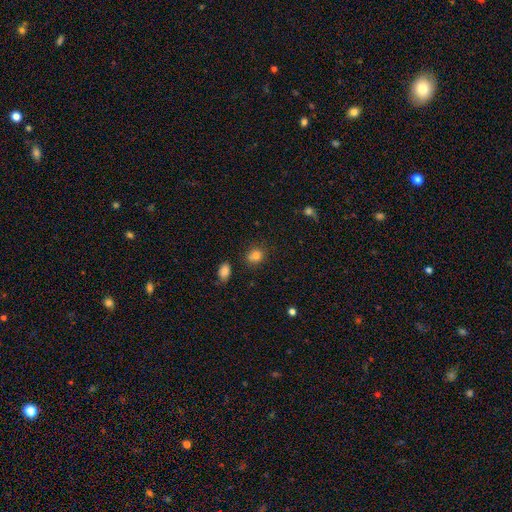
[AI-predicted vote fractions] Smooth or featured? smooth (81%)
How rounded? round (65%)
Merging? none (70%)